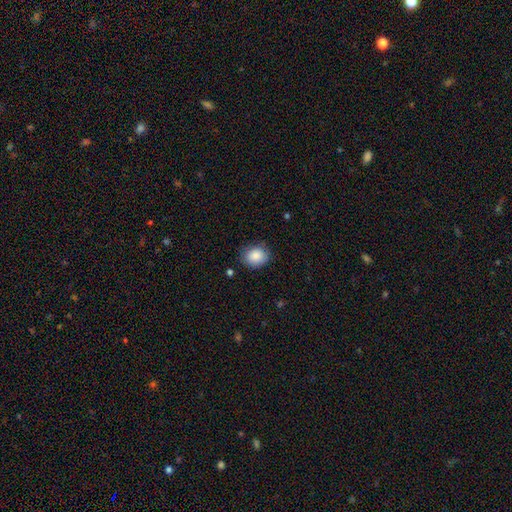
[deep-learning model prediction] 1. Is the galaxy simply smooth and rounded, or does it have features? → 86% smooth, 8% star or artifact, 6% featured or disk.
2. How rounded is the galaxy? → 59% round, 40% in between, 1% cigar-shaped.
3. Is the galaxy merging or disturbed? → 79% none, 16% minor disturbance, 4% major disturbance, 1% merger.